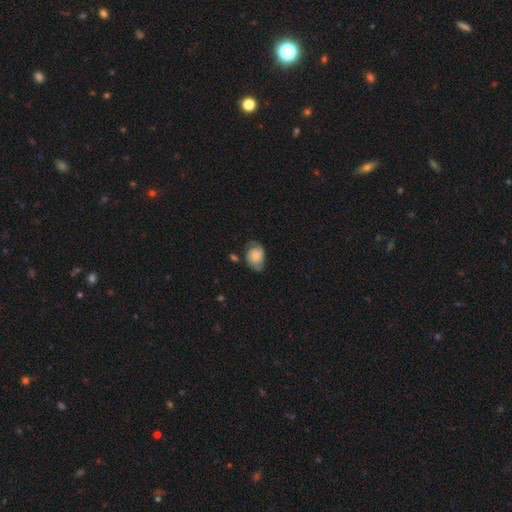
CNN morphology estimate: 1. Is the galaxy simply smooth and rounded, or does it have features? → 54% featured or disk, 39% smooth, 8% star or artifact.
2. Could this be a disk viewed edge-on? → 96% no, 4% yes.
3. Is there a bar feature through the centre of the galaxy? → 74% no, 22% weak, 4% strong.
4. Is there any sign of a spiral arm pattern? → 86% yes, 14% no.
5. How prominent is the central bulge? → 38% moderate, 37% small, 12% large, 9% none, 3% dominant.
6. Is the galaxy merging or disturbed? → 59% none, 27% minor disturbance, 11% major disturbance, 3% merger.